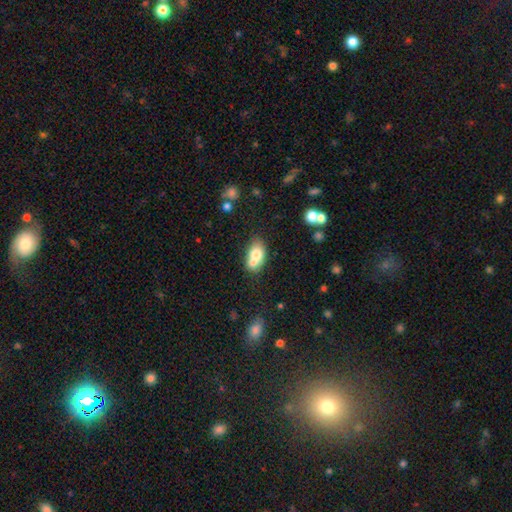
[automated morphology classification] Smooth or featured? Predicted: smooth (p=0.70). How rounded? Predicted: in between (p=0.78). Merging? Predicted: merger (p=0.54).